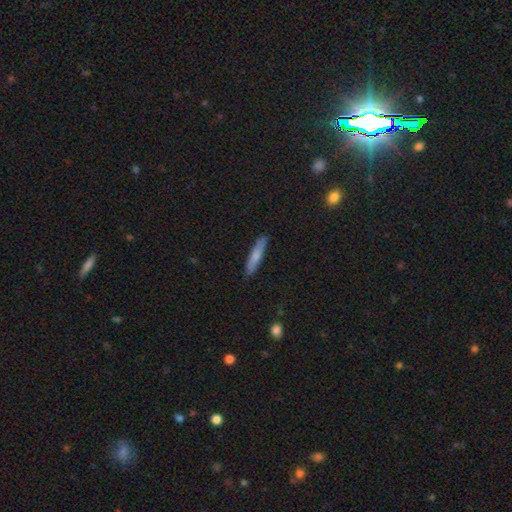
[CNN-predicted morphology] This appears to be a smooth galaxy with no disk features (69%) that is cigar-shaped (89%). Merging: none (89%).